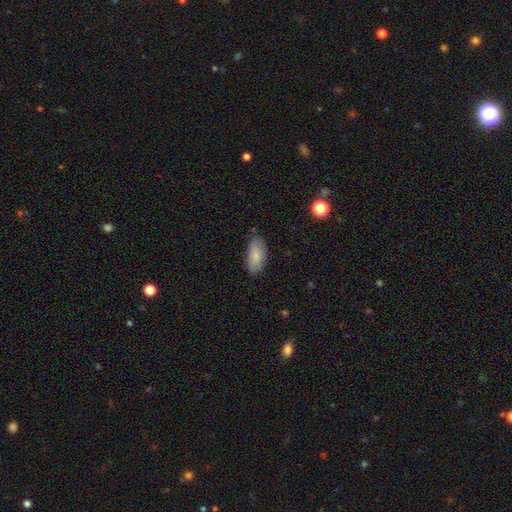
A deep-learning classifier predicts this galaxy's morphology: Smooth or featured?
  - smooth: 84% *
  - featured or disk: 10%
  - star or artifact: 7%
How rounded?
  - in between: 90% *
  - cigar-shaped: 7%
  - round: 2%
Merging?
  - none: 81% *
  - minor disturbance: 15%
  - major disturbance: 3%
  - merger: 1%